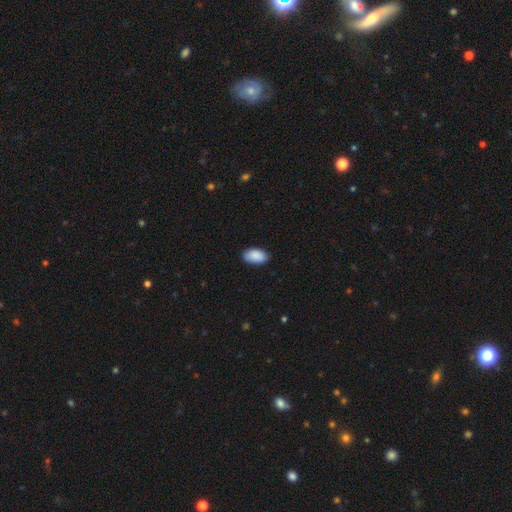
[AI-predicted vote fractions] Smooth or featured?
  - smooth: 90% *
  - star or artifact: 6%
  - featured or disk: 4%
How rounded?
  - in between: 94% *
  - round: 4%
  - cigar-shaped: 2%
Merging?
  - none: 83% *
  - minor disturbance: 14%
  - major disturbance: 2%
  - merger: 1%